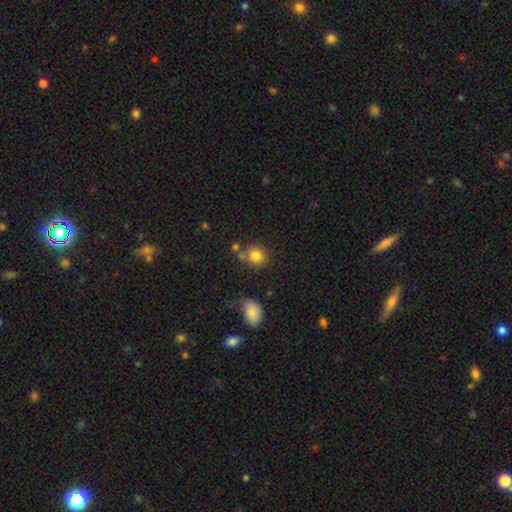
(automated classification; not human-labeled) Q: Smooth or featured?
A: smooth (82%); runner-up: star or artifact (11%)
Q: How rounded?
A: round (85%); runner-up: in between (14%)
Q: Merging?
A: none (70%); runner-up: merger (13%)